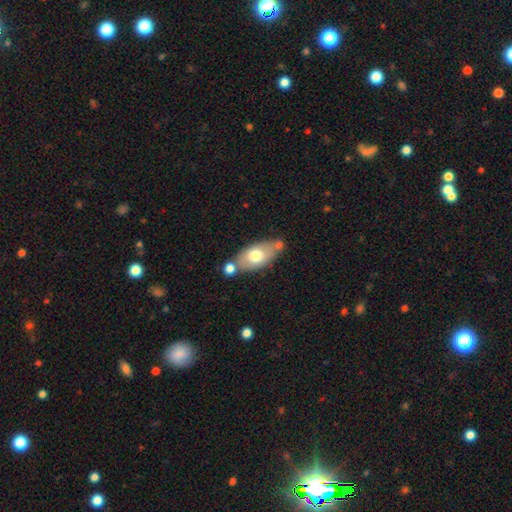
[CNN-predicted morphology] type=smooth (65%); roundness=in between (87%); merging=none (57%).